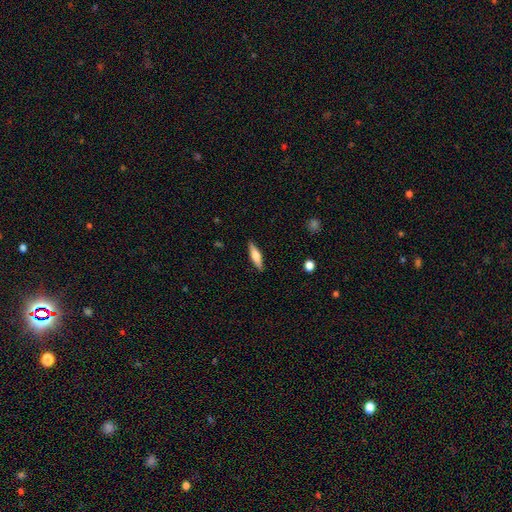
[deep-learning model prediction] Morphology: type=smooth (59%); roundness=cigar-shaped (65%); merging=none (88%).